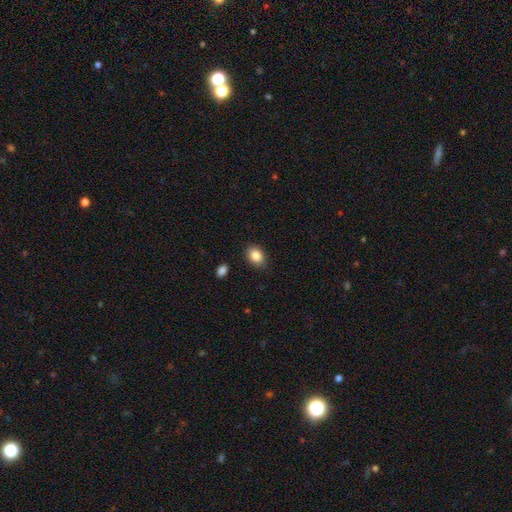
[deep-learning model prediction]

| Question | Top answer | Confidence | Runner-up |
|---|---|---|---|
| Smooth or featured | smooth | 86% | star or artifact (8%) |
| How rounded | in between | 72% | round (27%) |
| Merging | none | 87% | minor disturbance (10%) |